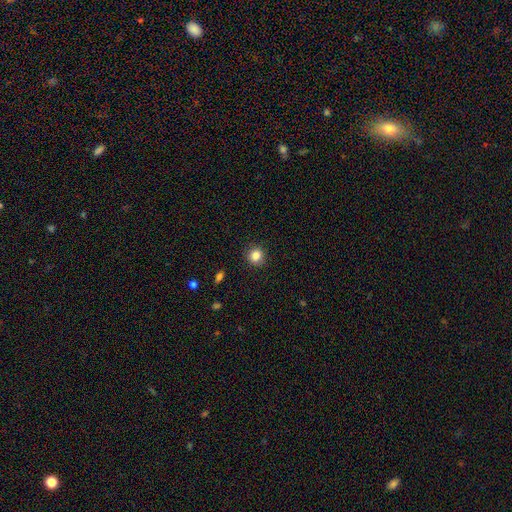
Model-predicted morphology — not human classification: This appears to be a smooth galaxy with no disk features (85%) that is round (88%). Merging: none (90%).